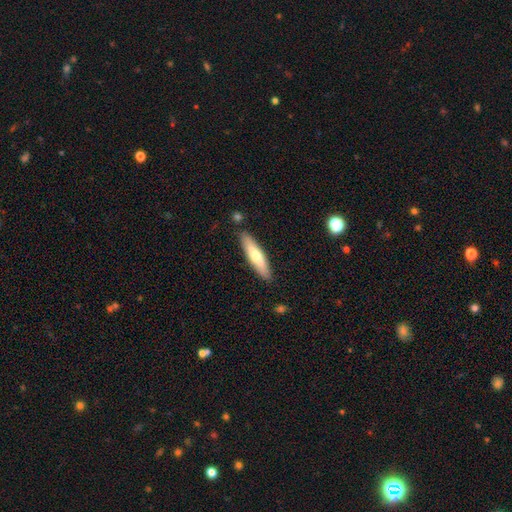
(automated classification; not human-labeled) Overall: smooth (62%; featured or disk 33%). How rounded: cigar-shaped (77%). Merging: none (87%).